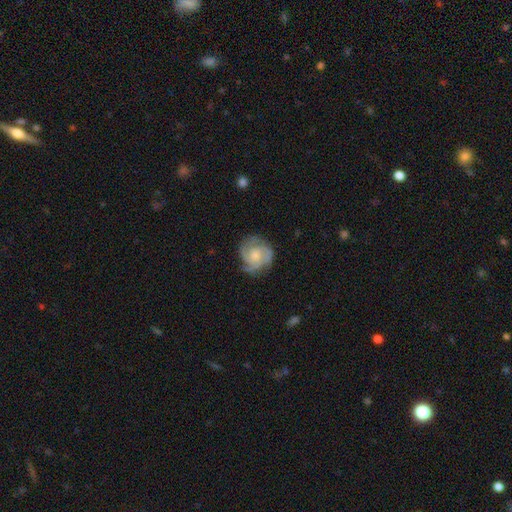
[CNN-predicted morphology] type=featured or disk (80%); edge-on=no (98%); bar=no (73%); spiral arms=yes (96%); winding=tight (50%); arm count=3 (50%); bulge=moderate (45%); merging=none (73%).